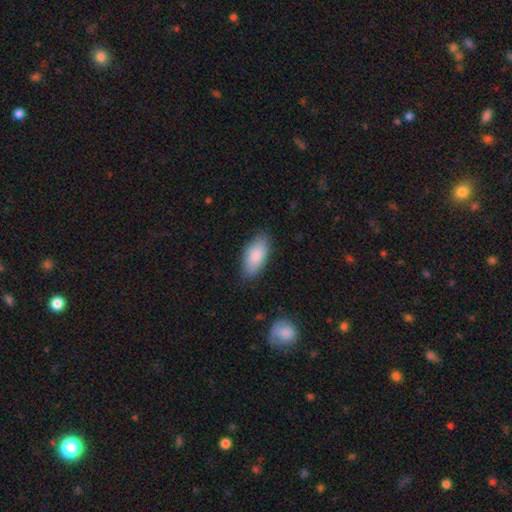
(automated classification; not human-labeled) A smooth galaxy with no disk features (85%) that is in between round and cigar-shaped (90%). Merging: none (83%).